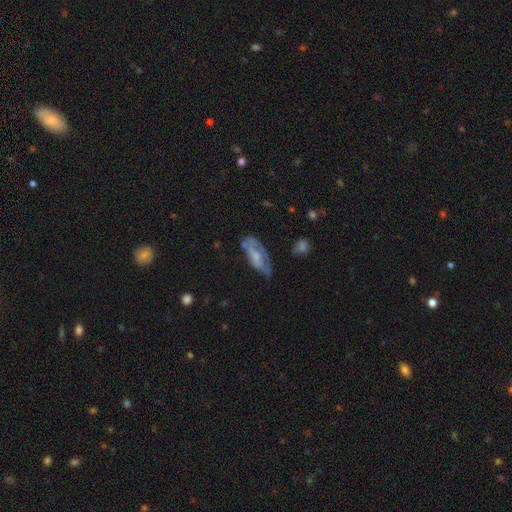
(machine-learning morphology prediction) This is possibly a featured or disk galaxy (52%). It is clearly not viewed edge-on (85%). Merging: marginally none (42%).